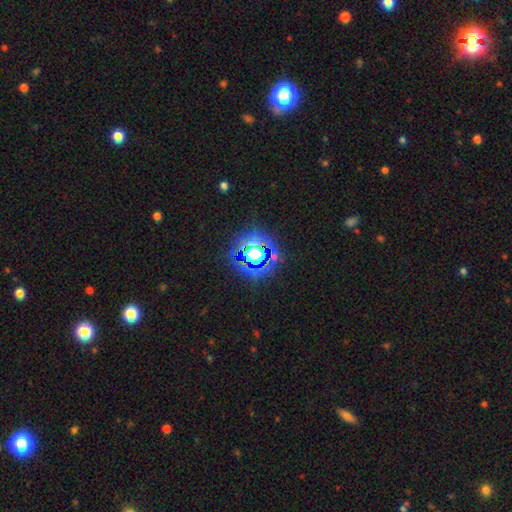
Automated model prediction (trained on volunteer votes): Smooth or featured?
  - star or artifact: 66% *
  - smooth: 22%
  - featured or disk: 12%